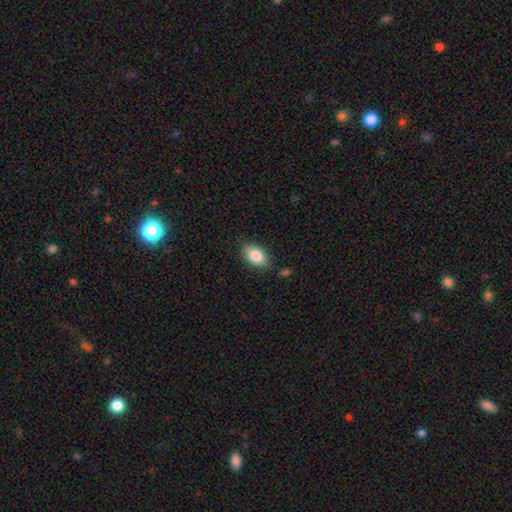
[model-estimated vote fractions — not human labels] A smooth galaxy with no disk features (85%) that is in between round and cigar-shaped (89%). Merging: none (84%).